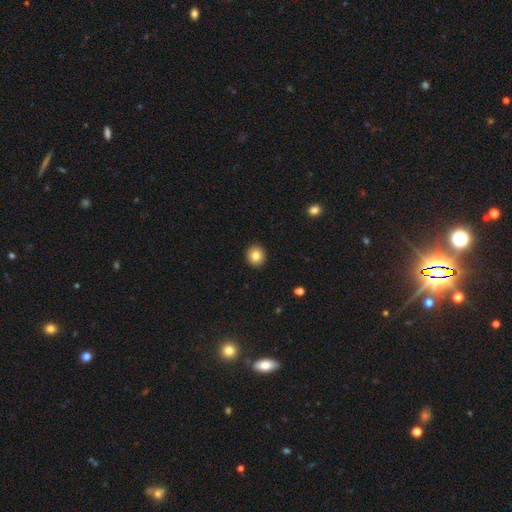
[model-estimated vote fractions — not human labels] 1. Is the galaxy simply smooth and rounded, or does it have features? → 83% smooth, 9% star or artifact, 8% featured or disk.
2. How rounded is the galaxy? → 86% round, 13% in between, 1% cigar-shaped.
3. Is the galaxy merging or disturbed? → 93% none, 5% minor disturbance, 1% major disturbance, 1% merger.